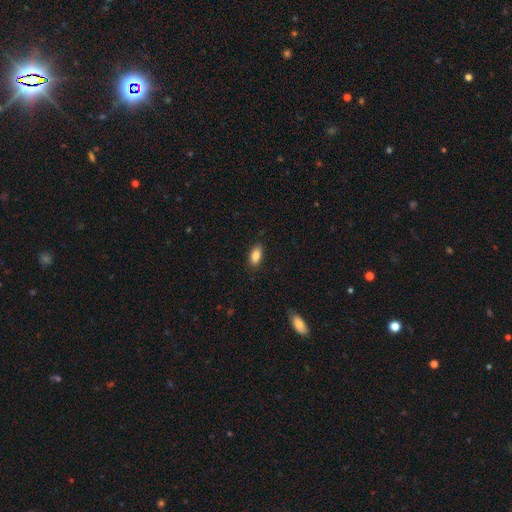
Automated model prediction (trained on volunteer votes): This appears to be a smooth galaxy with no disk features (87%) that is in between round and cigar-shaped (91%). Merging: none (85%).